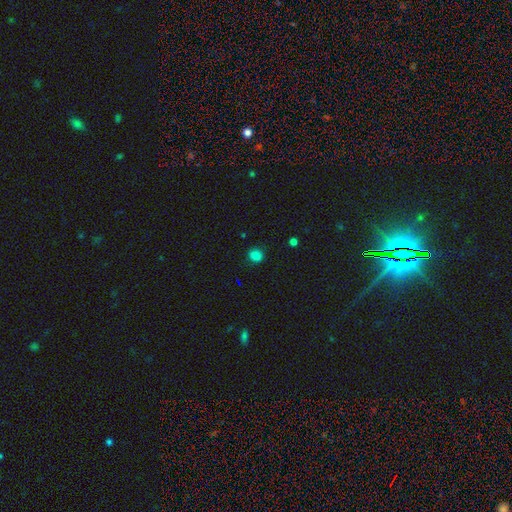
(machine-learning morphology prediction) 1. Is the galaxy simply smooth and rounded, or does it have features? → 81% smooth, 15% star or artifact, 4% featured or disk.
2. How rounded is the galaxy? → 80% round, 19% in between, 1% cigar-shaped.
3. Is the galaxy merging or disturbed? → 86% none, 10% minor disturbance, 3% major disturbance, 1% merger.